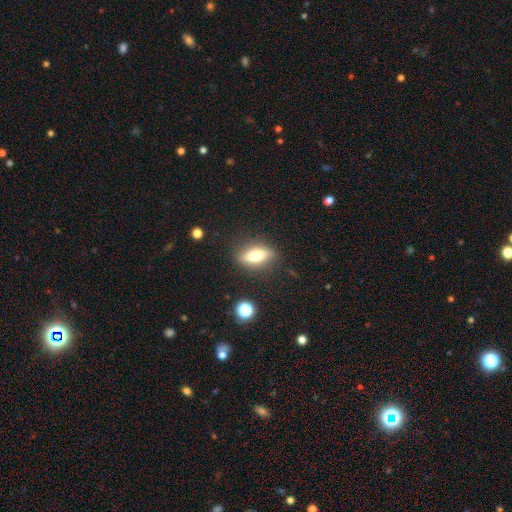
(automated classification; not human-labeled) smooth 58%, featured or disk 33%, star or artifact 9%. Down the decision tree: how rounded — in between (67%); merging — none (84%).